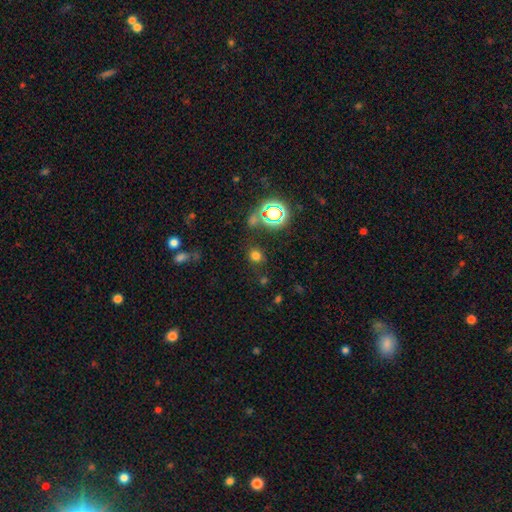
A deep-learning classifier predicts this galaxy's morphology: smooth 68%, star or artifact 26%, featured or disk 6%. Down the decision tree: how rounded — round (78%); merging — none (80%).